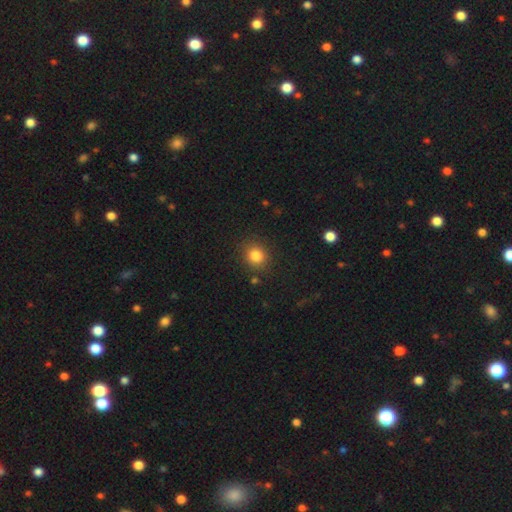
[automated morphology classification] This appears to be a smooth galaxy with no disk features (83%) that is round (81%). Merging: none (86%).